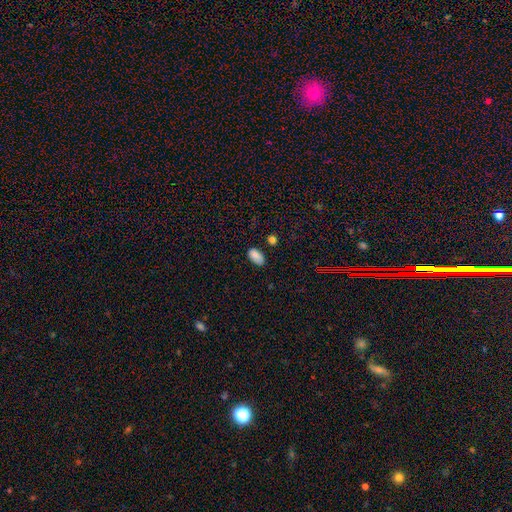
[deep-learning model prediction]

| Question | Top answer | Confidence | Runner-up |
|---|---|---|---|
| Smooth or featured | smooth | 85% | star or artifact (10%) |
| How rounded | in between | 94% | round (4%) |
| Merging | none | 73% | minor disturbance (20%) |